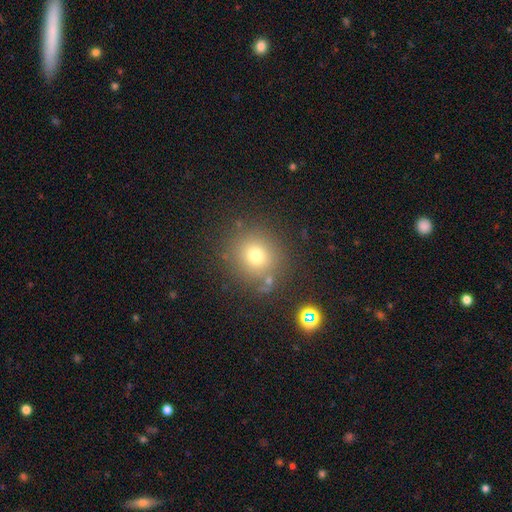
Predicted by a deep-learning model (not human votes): This appears to be a smooth galaxy with no disk features (72%) that is round (88%). Merging: none (81%).